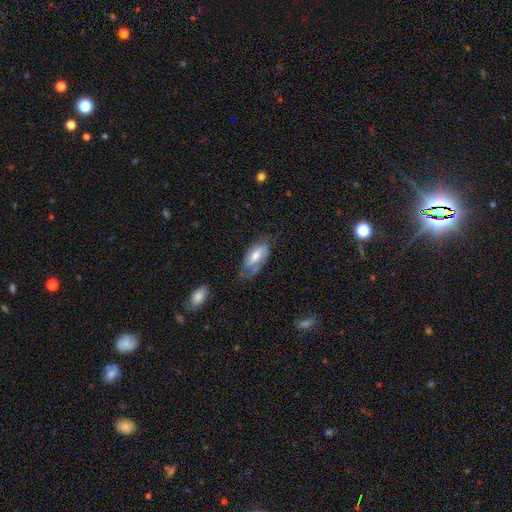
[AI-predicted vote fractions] smooth-or-featured: smooth: 53% | featured or disk: 41% | star or artifact: 7%
  how-rounded: in between: 90% | cigar-shaped: 7% | round: 3%
  merging: none: 52% | minor disturbance: 33% | major disturbance: 13% | merger: 2%